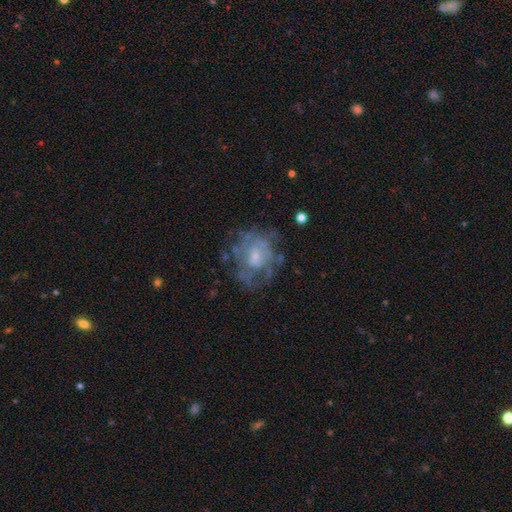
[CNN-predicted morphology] featured or disk 65%, smooth 25%, star or artifact 10%. Down the decision tree: edge-on disk — no (97%); bar — no (72%); spiral arms — no (61%); bulge size — moderate (42%, tied with small); merging — none (60%).